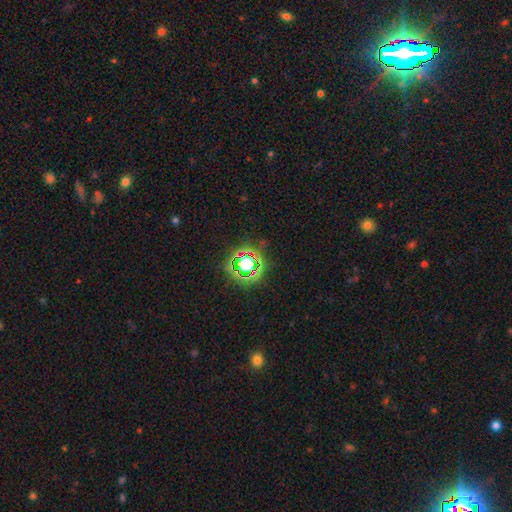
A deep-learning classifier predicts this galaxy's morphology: type=star or artifact (77%).